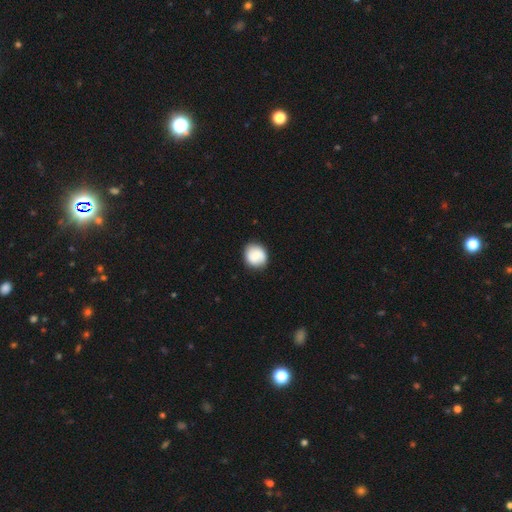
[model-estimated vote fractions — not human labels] smooth_or_featured: smooth (p=0.77) [alt: featured or disk p=0.16]
how_rounded: round (p=0.84) [alt: in between p=0.15]
merging: none (p=0.86) [alt: minor disturbance p=0.10]